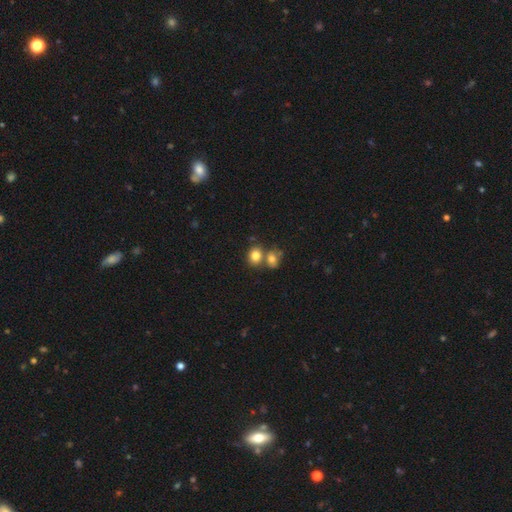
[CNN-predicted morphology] smooth_or_featured: smooth (p=0.80) [alt: star or artifact p=0.11]
how_rounded: round (p=0.58) [alt: in between p=0.41]
merging: none (p=0.49) [alt: merger p=0.38]